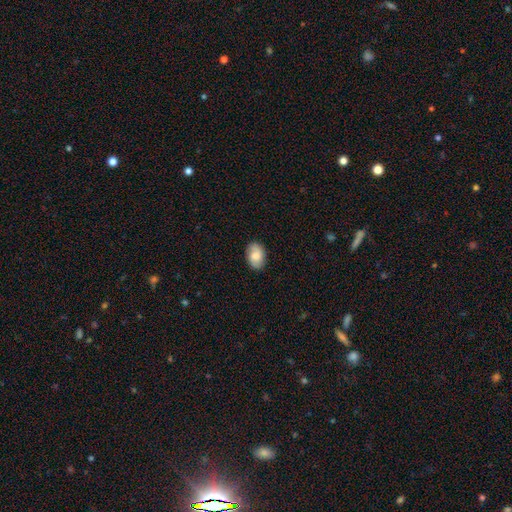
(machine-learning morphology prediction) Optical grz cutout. It shows a smooth galaxy with no disk features (73%) that is in between round and cigar-shaped (85%). Merging: none (85%).